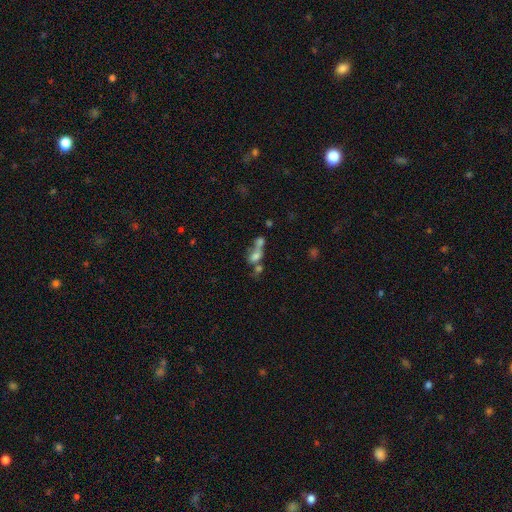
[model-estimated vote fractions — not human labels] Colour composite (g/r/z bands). It shows a smooth galaxy with no disk features (59%) that is in between round and cigar-shaped (64%). Merging: merger (64%).